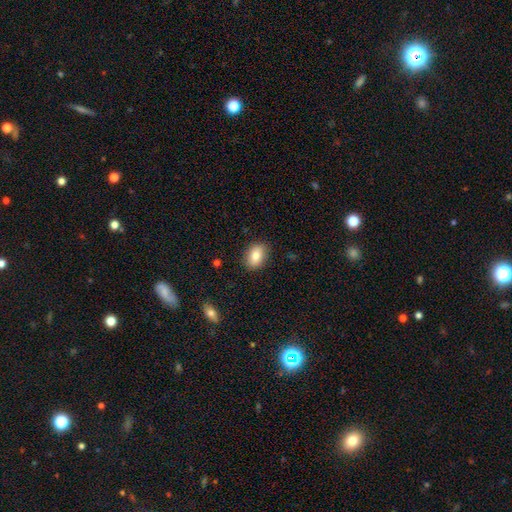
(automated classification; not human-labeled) This is clearly a smooth galaxy (82%). How rounded: likely in between (80%). Merging: clearly none (87%).